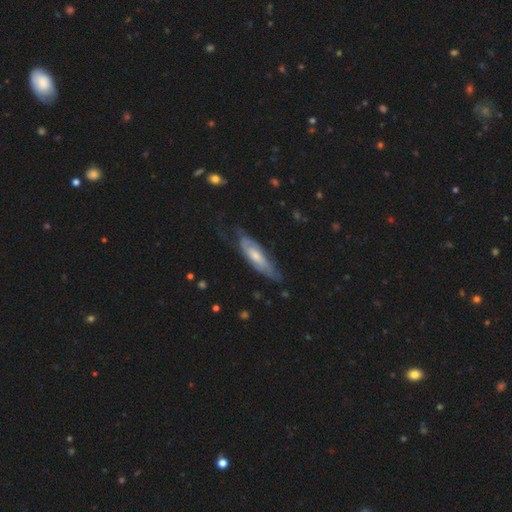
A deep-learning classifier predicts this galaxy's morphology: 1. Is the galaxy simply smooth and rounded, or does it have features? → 64% featured or disk, 31% smooth, 5% star or artifact.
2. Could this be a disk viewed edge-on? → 72% no, 28% yes.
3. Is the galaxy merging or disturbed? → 54% none, 29% minor disturbance, 16% major disturbance, 2% merger.